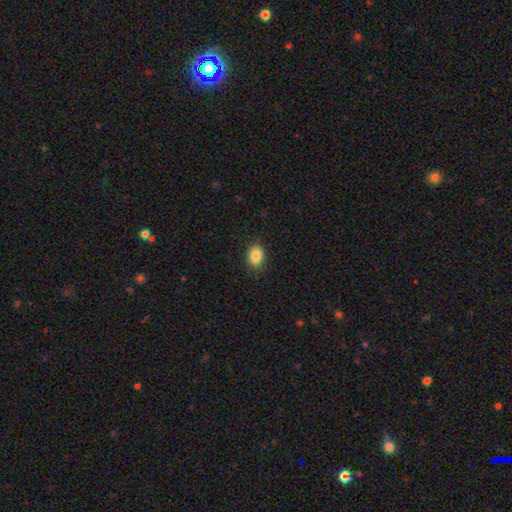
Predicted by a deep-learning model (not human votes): Smooth or featured? smooth (87%)
How rounded? in between (73%)
Merging? none (88%)